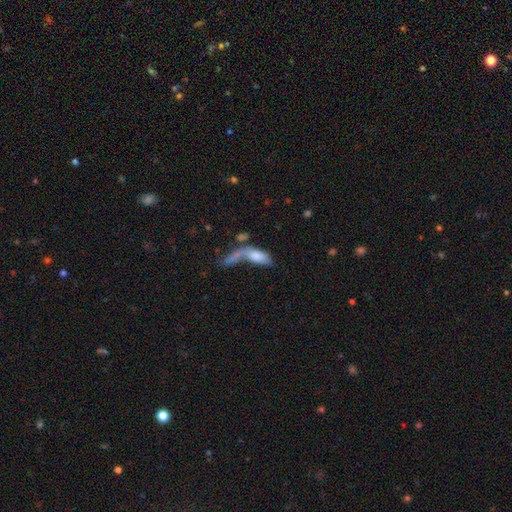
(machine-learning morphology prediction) smooth-or-featured: smooth: 67% | featured or disk: 25% | star or artifact: 8%
  how-rounded: in between: 72% | cigar-shaped: 24% | round: 4%
  merging: merger: 47% | major disturbance: 21% | none: 20% | minor disturbance: 12%